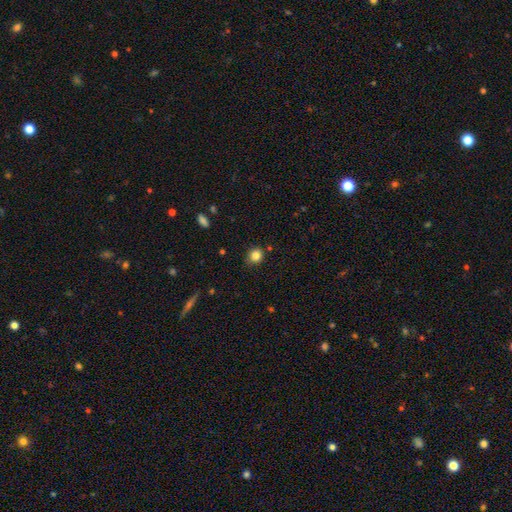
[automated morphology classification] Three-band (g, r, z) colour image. It shows a smooth galaxy with no disk features (83%) that is round (85%). Merging: none (83%).